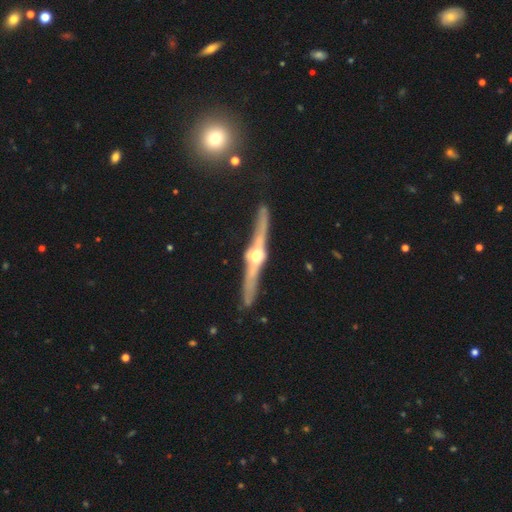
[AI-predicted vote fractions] A featured or disk galaxy (87%) viewed edge-on (98%) with a rounded central bulge (95%).

Vote fractions:
- Smooth or featured? featured or disk: 87% / smooth: 8% / star or artifact: 5%
- Edge-on disk? yes: 98% / no: 2%
- Edge-on bulge? rounded: 95% / boxy: 3% / none: 2%
- Merging? none: 87% / minor disturbance: 9% / major disturbance: 2% / merger: 2%